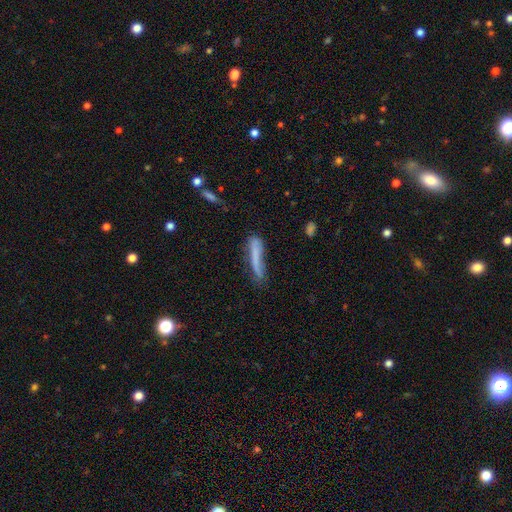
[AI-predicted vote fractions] Smooth or featured? Predicted: smooth (p=0.65). How rounded? Predicted: cigar-shaped (p=0.90). Merging? Predicted: none (p=0.53).